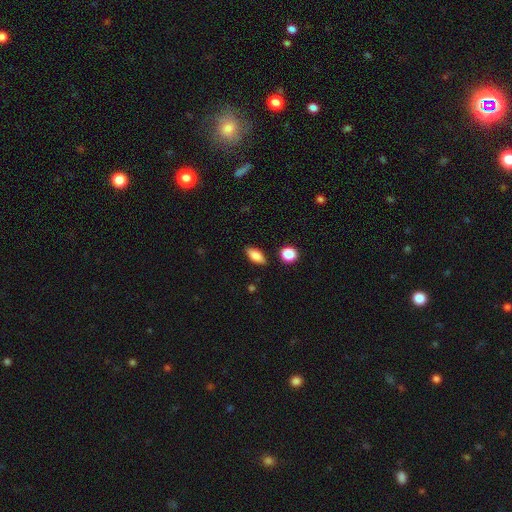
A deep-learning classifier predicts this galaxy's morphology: The model was most divided on "how rounded": in between: 82%, cigar-shaped: 13%, round: 5%. More confident: merging — none (85%); smooth or featured — smooth (81%).